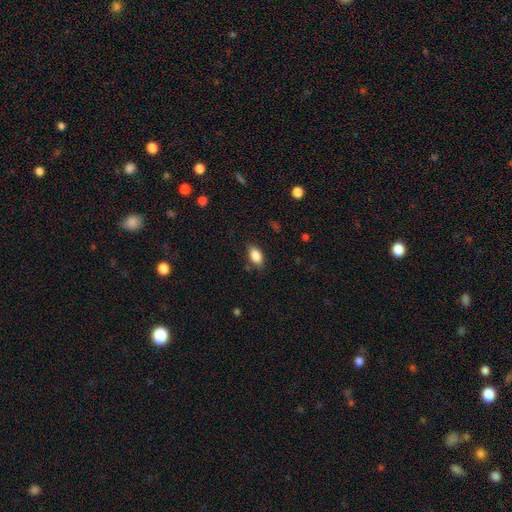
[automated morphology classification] smooth-or-featured: smooth: 87% | star or artifact: 8% | featured or disk: 6%
  how-rounded: in between: 91% | round: 6% | cigar-shaped: 4%
  merging: none: 82% | minor disturbance: 13% | major disturbance: 3% | merger: 1%